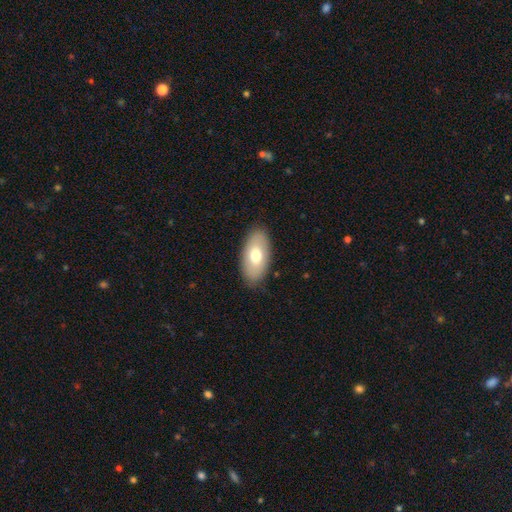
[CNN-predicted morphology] This appears to be a smooth galaxy with no disk features (69%) that is in between round and cigar-shaped (93%). Merging: none (85%).